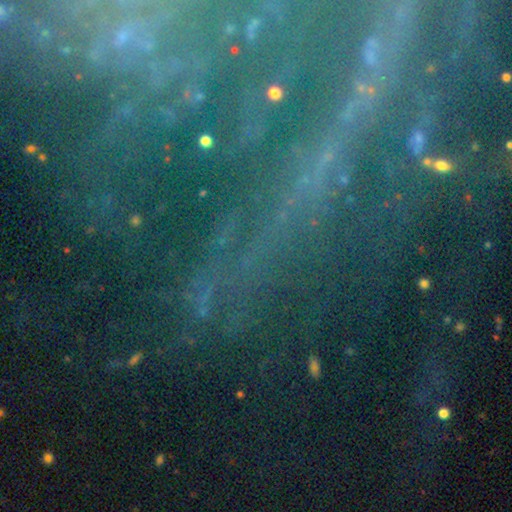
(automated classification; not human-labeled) Smooth or featured? star or artifact (53%)